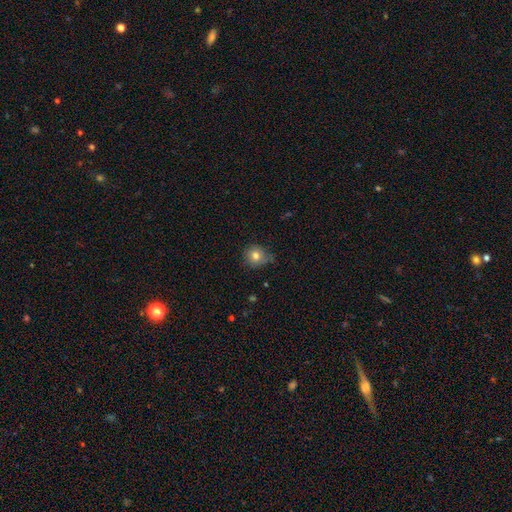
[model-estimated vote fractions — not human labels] Smooth or featured: smooth — 79% (star or artifact — 11%)
How rounded: round — 85% (in between — 15%)
Merging: none — 69% (minor disturbance — 24%)